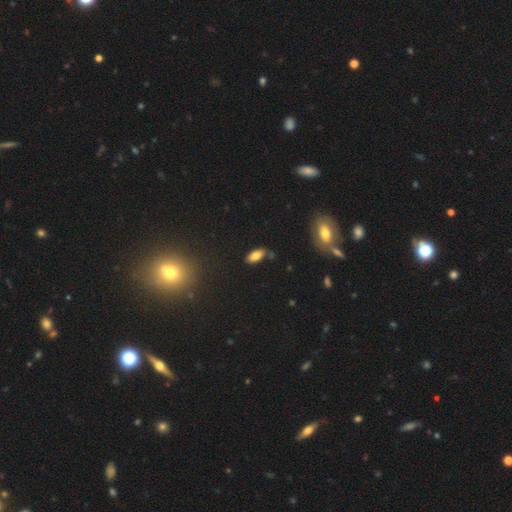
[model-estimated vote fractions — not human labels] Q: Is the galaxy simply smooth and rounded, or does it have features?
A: smooth — 80%.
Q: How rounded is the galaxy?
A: in between — 89%.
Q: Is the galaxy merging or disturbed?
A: none — 75%.